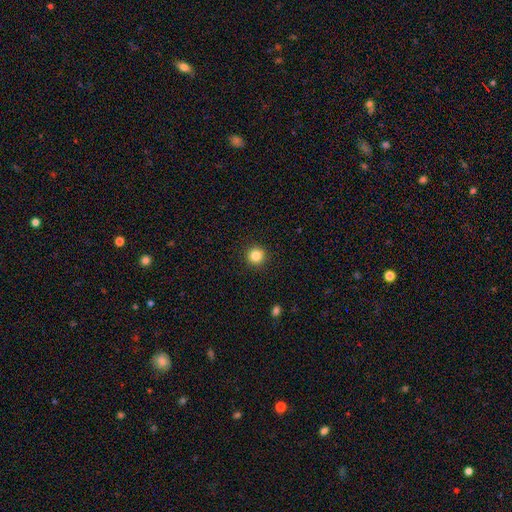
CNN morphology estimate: smooth 84%, star or artifact 11%, featured or disk 5%. Down the decision tree: how rounded — round (95%); merging — none (92%).